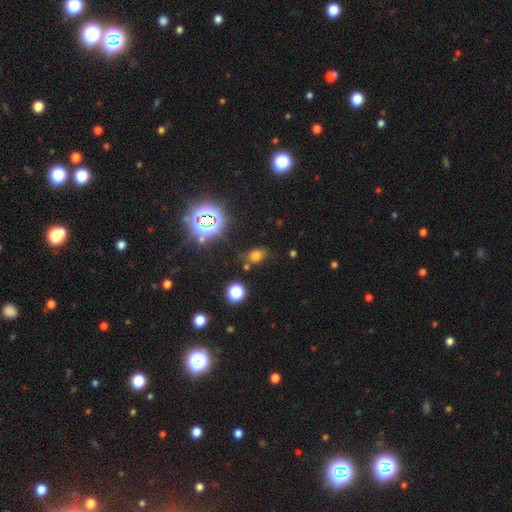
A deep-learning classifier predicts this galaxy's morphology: smooth-or-featured: smooth: 62% | star or artifact: 30% | featured or disk: 8%
  how-rounded: in between: 68% | round: 31% | cigar-shaped: 2%
  merging: none: 73% | minor disturbance: 16% | merger: 6% | major disturbance: 5%